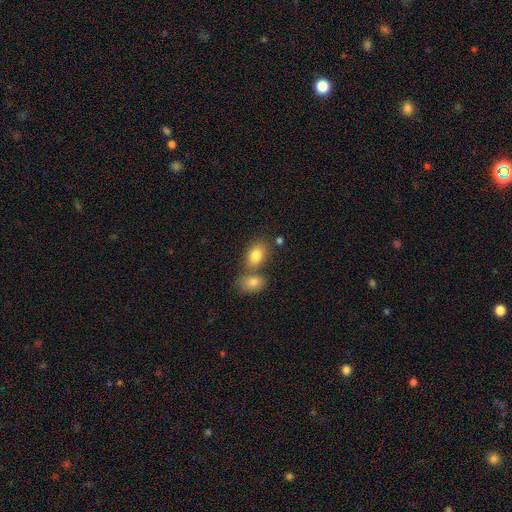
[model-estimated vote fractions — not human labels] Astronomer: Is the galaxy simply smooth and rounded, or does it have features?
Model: smooth — 82%.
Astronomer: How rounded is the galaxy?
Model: in between — 80%.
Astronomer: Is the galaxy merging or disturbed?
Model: none — 47% (runner-up: merger, 39%).